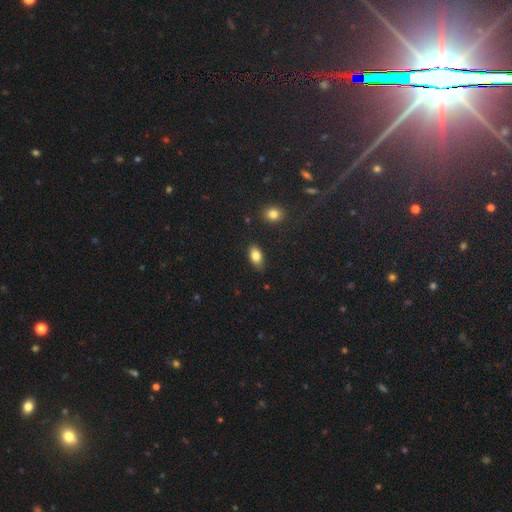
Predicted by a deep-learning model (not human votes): smooth_or_featured: smooth (p=0.82) [alt: featured or disk p=0.10]
how_rounded: in between (p=0.89) [alt: round p=0.06]
merging: none (p=0.81) [alt: minor disturbance p=0.14]